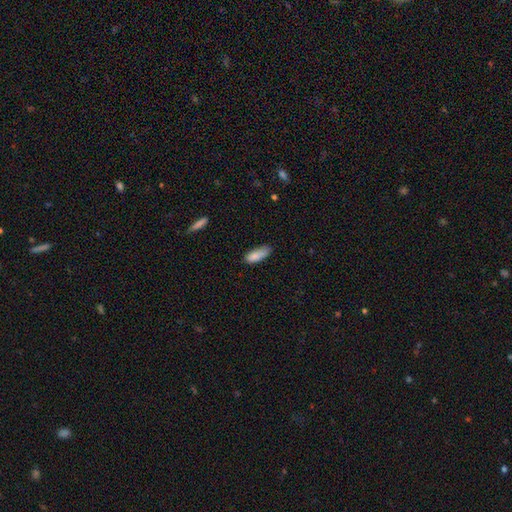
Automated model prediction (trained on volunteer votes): This is clearly a smooth galaxy (86%). How rounded: likely in between (67%). Merging: possibly none (59%).